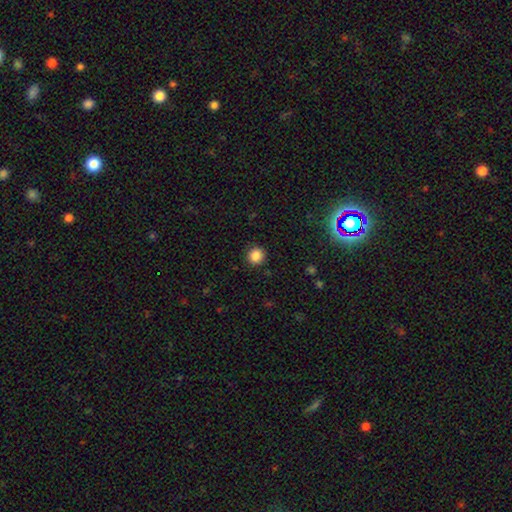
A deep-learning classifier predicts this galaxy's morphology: Q: Smooth or featured?
A: smooth (86%); runner-up: star or artifact (11%)
Q: How rounded?
A: round (93%); runner-up: in between (6%)
Q: Merging?
A: none (91%); runner-up: minor disturbance (6%)